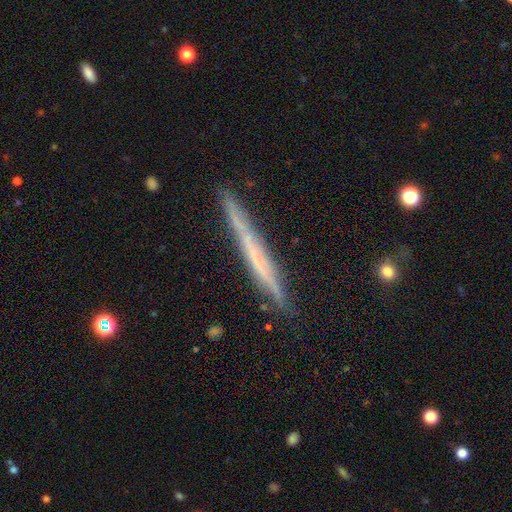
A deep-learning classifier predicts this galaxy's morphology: A featured or disk galaxy (54%) viewed edge-on (96%) with no central bulge (87%).

Vote fractions:
- Smooth or featured? featured or disk: 54% / smooth: 39% / star or artifact: 7%
- Edge-on disk? yes: 96% / no: 4%
- Edge-on bulge? none: 87% / rounded: 7% / boxy: 5%
- Merging? none: 86% / minor disturbance: 11% / major disturbance: 2% / merger: 2%